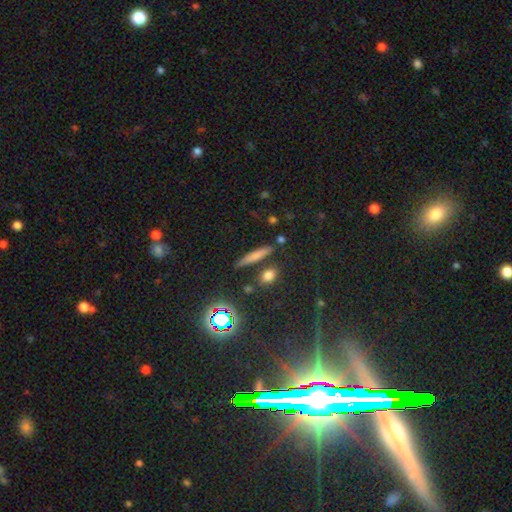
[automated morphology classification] Overall: smooth (67%). How rounded: cigar-shaped (85%). Merging: none (82%).